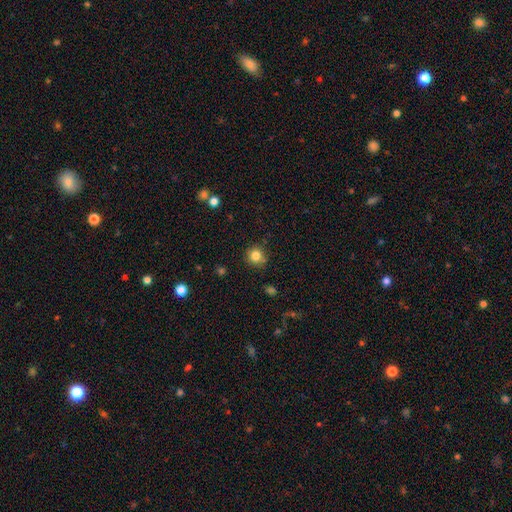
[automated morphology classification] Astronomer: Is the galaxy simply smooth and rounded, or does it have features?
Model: smooth — 83%.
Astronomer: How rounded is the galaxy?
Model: round — 92%.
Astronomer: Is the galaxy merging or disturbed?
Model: none — 82%.